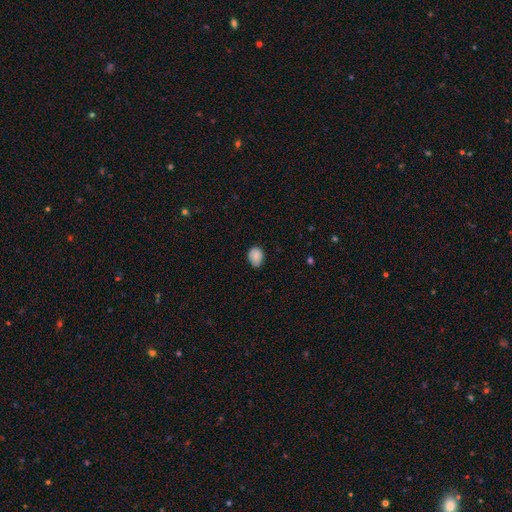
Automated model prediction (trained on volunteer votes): The model was most divided on "how rounded": in between: 60%, round: 39%, cigar-shaped: 1%. More confident: smooth or featured — smooth (85%); merging — none (68%).